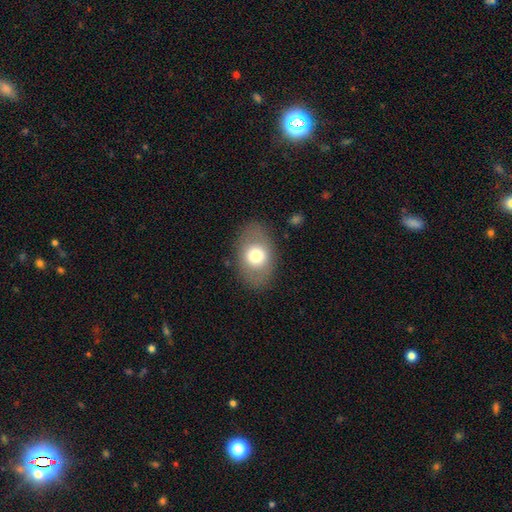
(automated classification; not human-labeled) This is likely a smooth galaxy (69%). How rounded: likely in between (78%). Merging: clearly none (83%).